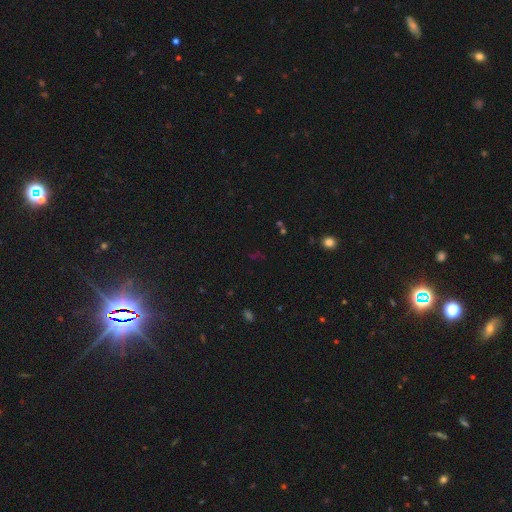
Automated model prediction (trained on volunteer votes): A star or artifact, not a galaxy (67%).